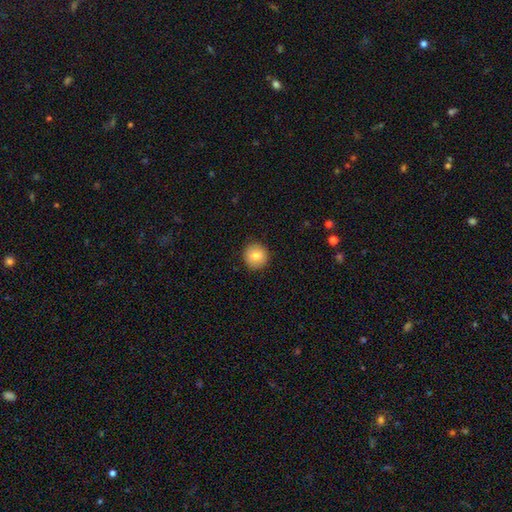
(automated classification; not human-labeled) The model was most divided on "smooth or featured": smooth: 81%, featured or disk: 10%, star or artifact: 8%. More confident: how rounded — round (93%); merging — none (91%).